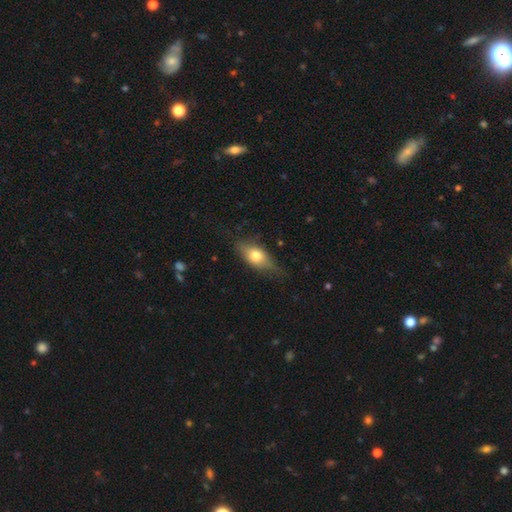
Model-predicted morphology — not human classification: A smooth galaxy with no disk features (68%) that is in between round and cigar-shaped (79%).

Vote fractions:
- Smooth or featured? smooth: 68% / featured or disk: 25% / star or artifact: 7%
- How rounded? in between: 79% / cigar-shaped: 14% / round: 7%
- Merging? none: 65% / minor disturbance: 27% / major disturbance: 7% / merger: 2%